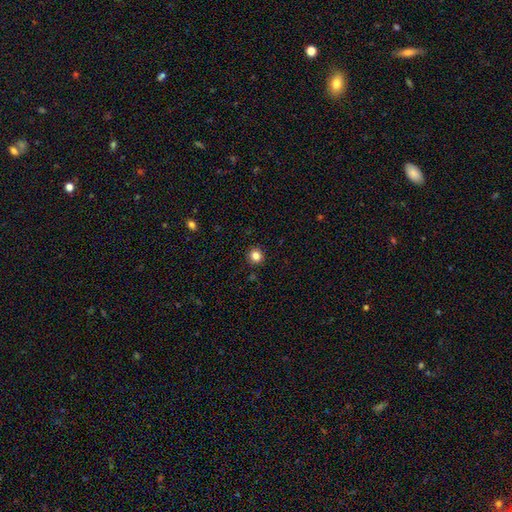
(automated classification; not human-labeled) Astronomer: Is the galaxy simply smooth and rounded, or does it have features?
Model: smooth — 83%.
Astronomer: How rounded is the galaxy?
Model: round — 93%.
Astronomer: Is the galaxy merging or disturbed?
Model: none — 92%.